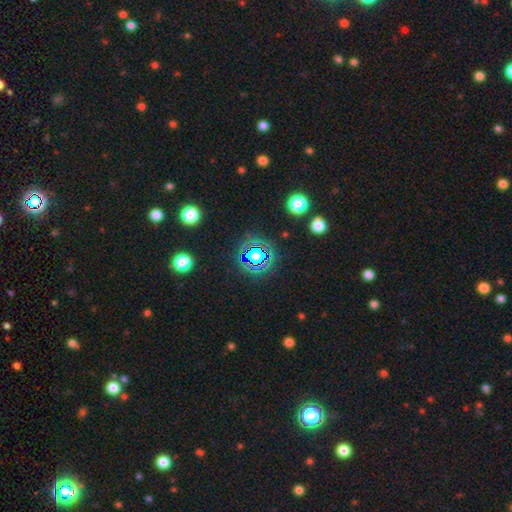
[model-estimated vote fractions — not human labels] A star or artifact, not a galaxy (62%).